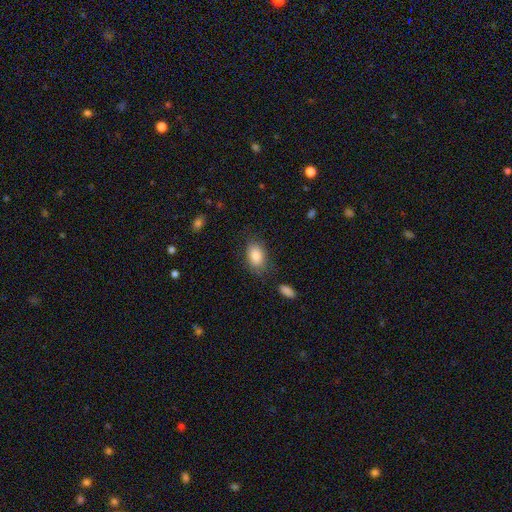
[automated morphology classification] smooth 85%, star or artifact 7%, featured or disk 7%. Down the decision tree: how rounded — in between (88%); merging — none (75%).